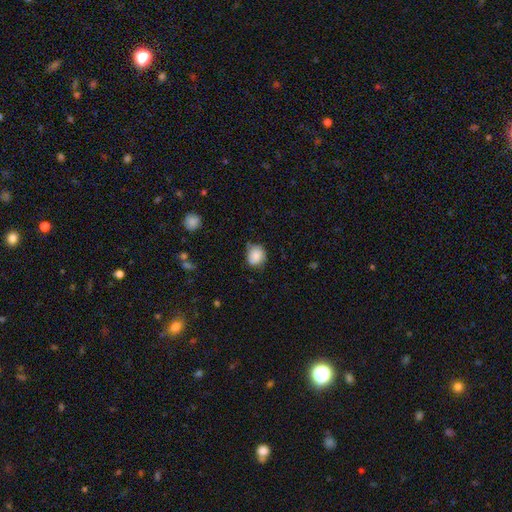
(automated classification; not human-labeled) Smooth or featured? Predicted: smooth (p=0.82). How rounded? Predicted: round (p=0.75). Merging? Predicted: none (p=0.67).